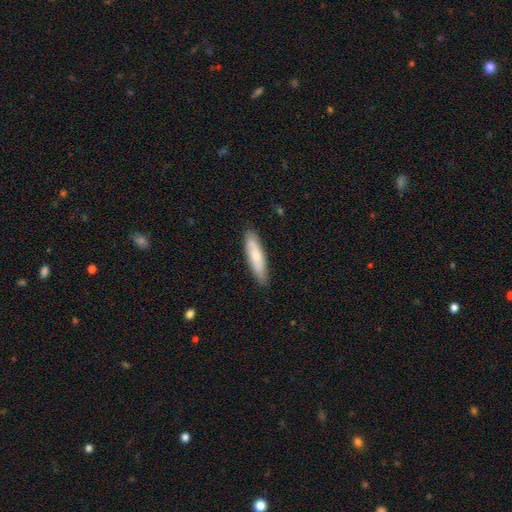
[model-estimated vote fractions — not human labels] Smooth or featured?
  - smooth: 70% *
  - featured or disk: 25%
  - star or artifact: 6%
How rounded?
  - cigar-shaped: 70% *
  - in between: 29%
  - round: 2%
Merging?
  - none: 84% *
  - minor disturbance: 13%
  - major disturbance: 2%
  - merger: 1%